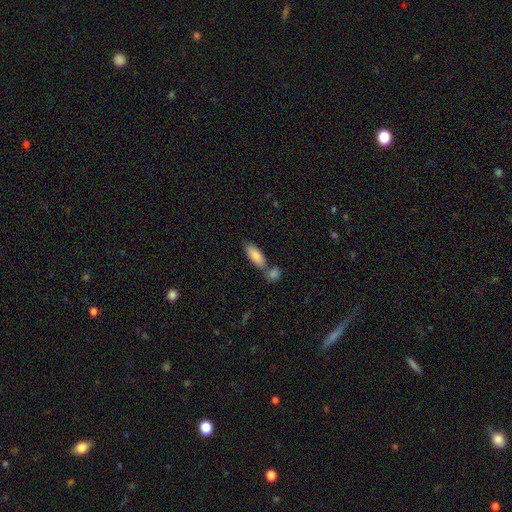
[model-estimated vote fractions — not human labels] Smooth or featured?
  - smooth: 85% *
  - featured or disk: 9%
  - star or artifact: 6%
How rounded?
  - in between: 79% *
  - cigar-shaped: 19%
  - round: 2%
Merging?
  - none: 55% *
  - merger: 31%
  - minor disturbance: 11%
  - major disturbance: 3%